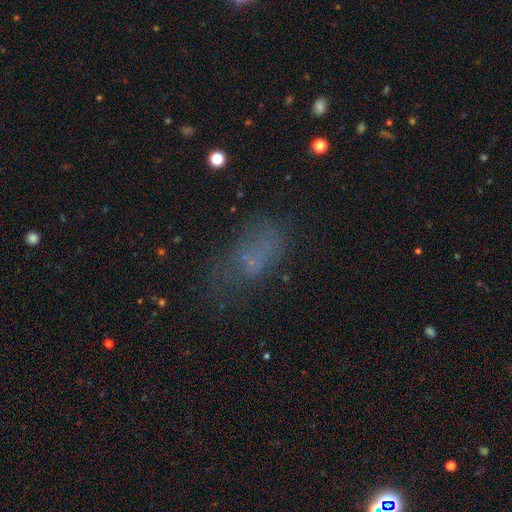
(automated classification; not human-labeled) Smooth or featured? smooth (55%)
How rounded? in between (84%)
Merging? none (44%)